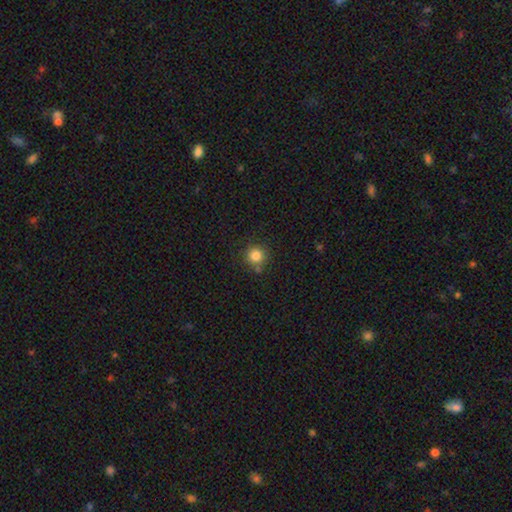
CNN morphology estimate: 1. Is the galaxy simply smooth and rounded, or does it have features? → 83% smooth, 12% star or artifact, 5% featured or disk.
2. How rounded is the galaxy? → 94% round, 5% in between, 1% cigar-shaped.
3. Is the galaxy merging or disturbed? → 80% none, 9% minor disturbance, 8% merger, 3% major disturbance.